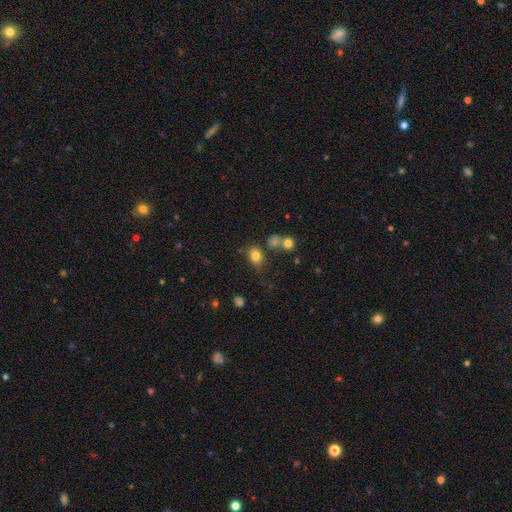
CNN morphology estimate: type=smooth (79%); roundness=in between (53%); merging=none (59%).